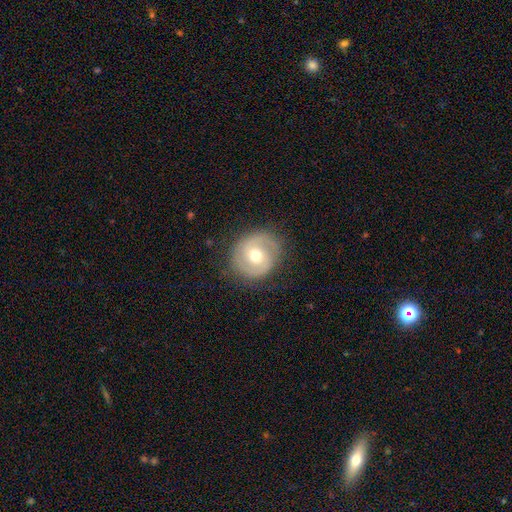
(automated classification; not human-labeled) A featured or disk galaxy (74%) with no bar (59%), 2 (81%) tight (50%) spiral arms (89%) and a moderate central bulge (70%).

Vote fractions:
- Smooth or featured? featured or disk: 74% / smooth: 20% / star or artifact: 6%
- Edge-on disk? no: 97% / yes: 3%
- Bar? no: 59% / weak: 33% / strong: 8%
- Spiral arms? yes: 89% / no: 11%
- Spiral winding? tight: 50% / medium: 38% / loose: 11%
- Spiral arm count? 2: 81% / can't tell: 8% / 1: 6% / 3: 3% / 4: 1% / more than 4: 1%
- Bulge size? moderate: 70% / small: 24% / large: 4% / dominant: 1% / none: 1%
- Merging? none: 81% / minor disturbance: 13% / major disturbance: 5% / merger: 1%